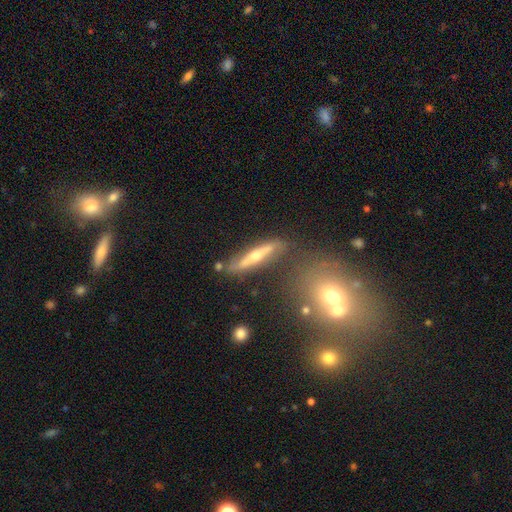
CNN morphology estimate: This appears to be a featured or disk galaxy (64%) viewed edge-on (84%) with a rounded central bulge (82%). Merging: none (69%).